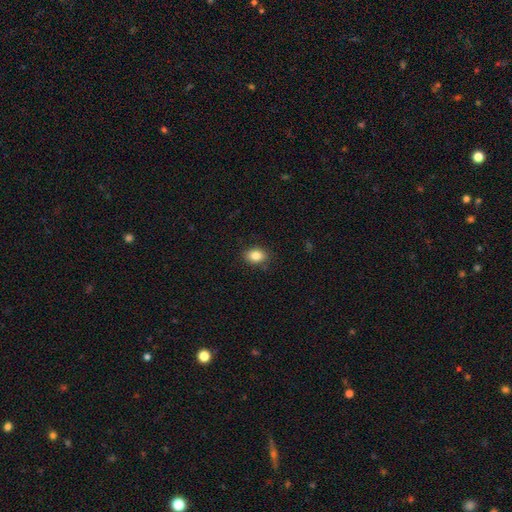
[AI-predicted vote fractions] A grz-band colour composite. It shows a smooth galaxy with no disk features (85%) that is in between round and cigar-shaped (70%). Merging: none (86%).